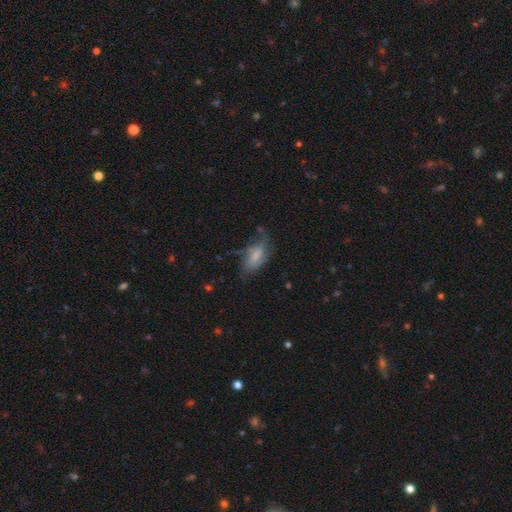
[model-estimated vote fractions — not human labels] A smooth galaxy with no disk features (55%) that is in between round and cigar-shaped (86%). Merging: none (43%).